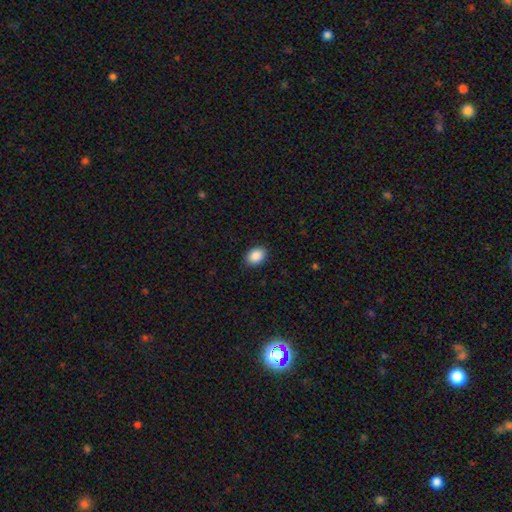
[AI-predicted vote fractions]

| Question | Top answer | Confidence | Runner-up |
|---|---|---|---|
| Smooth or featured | smooth | 89% | star or artifact (8%) |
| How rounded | in between | 79% | round (20%) |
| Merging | none | 89% | minor disturbance (8%) |